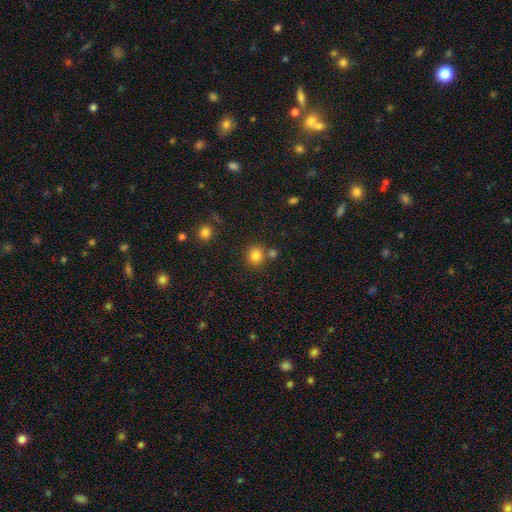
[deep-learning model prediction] smooth 82%, star or artifact 13%, featured or disk 6%. Down the decision tree: how rounded — round (88%); merging — none (75%).